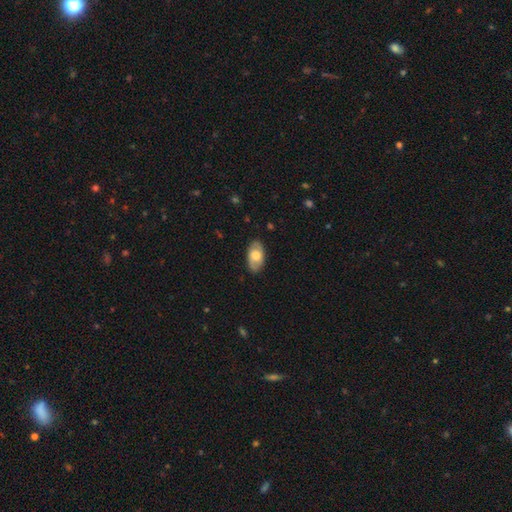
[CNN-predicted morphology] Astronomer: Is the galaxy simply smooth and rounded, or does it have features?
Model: smooth — 65%.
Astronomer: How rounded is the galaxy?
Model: in between — 94%.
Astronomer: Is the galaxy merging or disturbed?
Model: none — 84%.